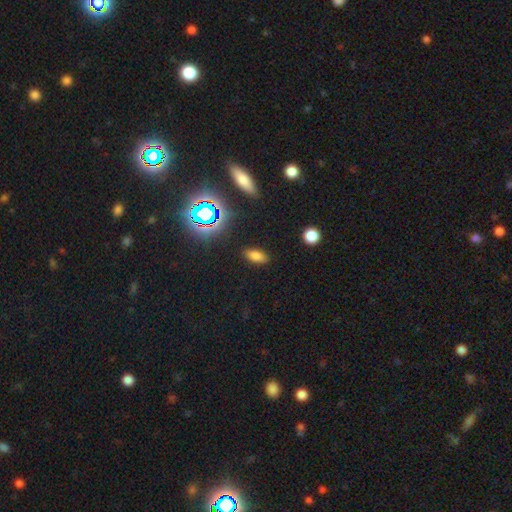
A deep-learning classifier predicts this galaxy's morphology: smooth 74%, star or artifact 19%, featured or disk 7%. Down the decision tree: how rounded — in between (87%); merging — none (87%).